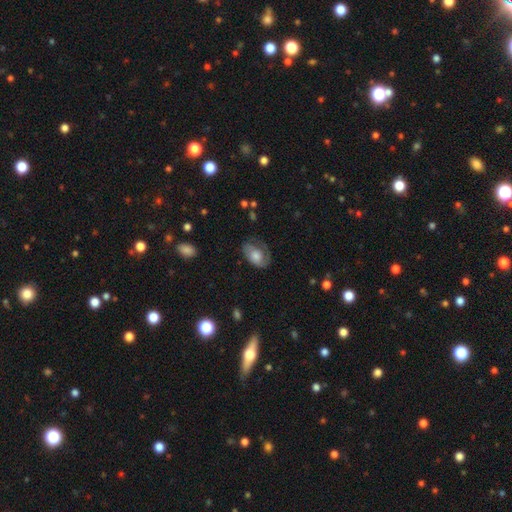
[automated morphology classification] smooth 48%, featured or disk 44%, star or artifact 8%. Down the decision tree: merging — none (52%).